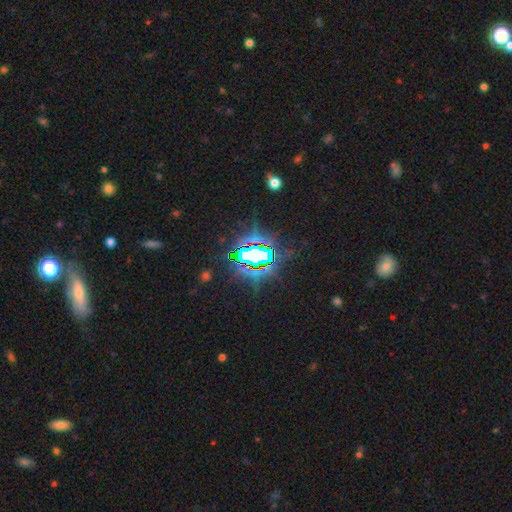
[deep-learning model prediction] star or artifact 78%, featured or disk 11%, smooth 11%.